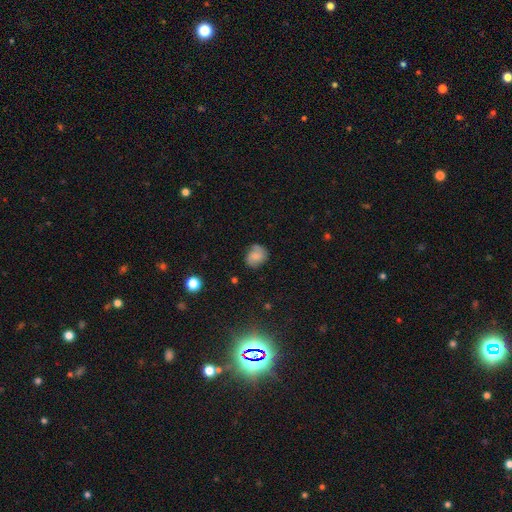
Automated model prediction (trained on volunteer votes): smooth-or-featured: smooth: 67% | featured or disk: 23% | star or artifact: 10%
  how-rounded: round: 62% | in between: 37% | cigar-shaped: 1%
  merging: none: 68% | minor disturbance: 23% | major disturbance: 6% | merger: 2%